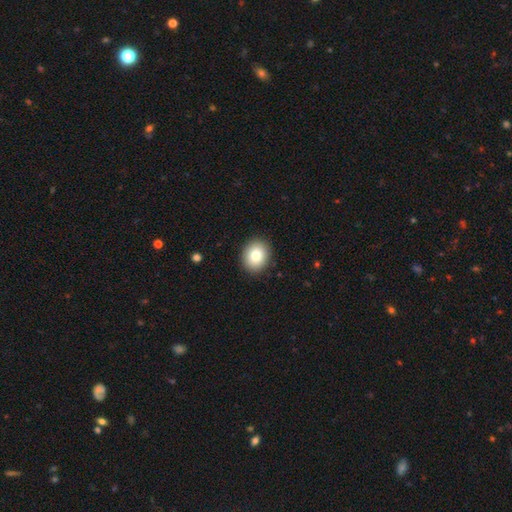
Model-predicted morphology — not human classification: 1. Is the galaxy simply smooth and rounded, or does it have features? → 82% smooth, 9% featured or disk, 8% star or artifact.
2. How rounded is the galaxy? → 63% round, 36% in between, 1% cigar-shaped.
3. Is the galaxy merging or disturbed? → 90% none, 7% minor disturbance, 2% major disturbance, 1% merger.